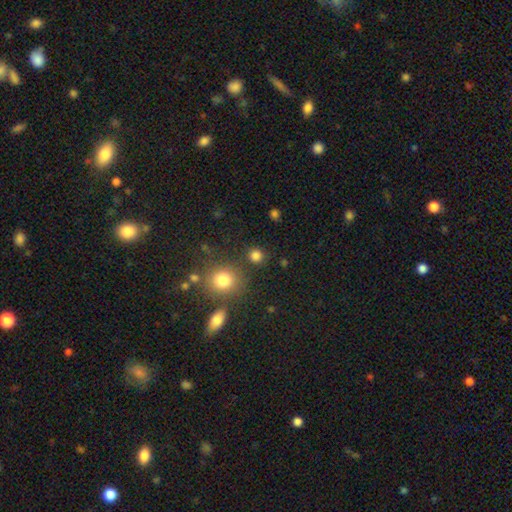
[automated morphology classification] A smooth galaxy with no disk features (80%) that is round (90%).

Vote fractions:
- Smooth or featured? smooth: 80% / star or artifact: 15% / featured or disk: 4%
- How rounded? round: 90% / in between: 9% / cigar-shaped: 1%
- Merging? none: 84% / minor disturbance: 7% / merger: 6% / major disturbance: 3%